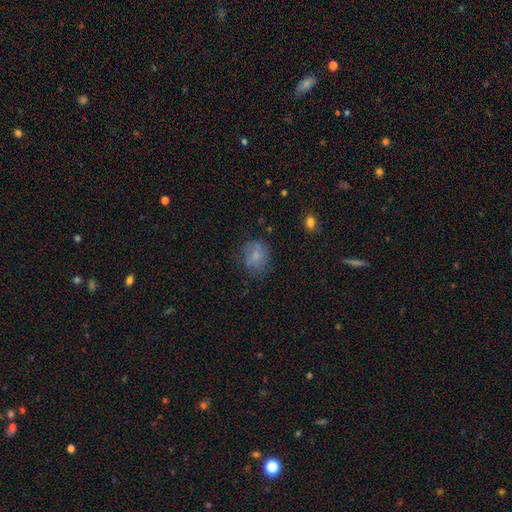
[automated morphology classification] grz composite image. It shows a smooth galaxy with no disk features (69%) that is round (58%). Merging: none (62%).